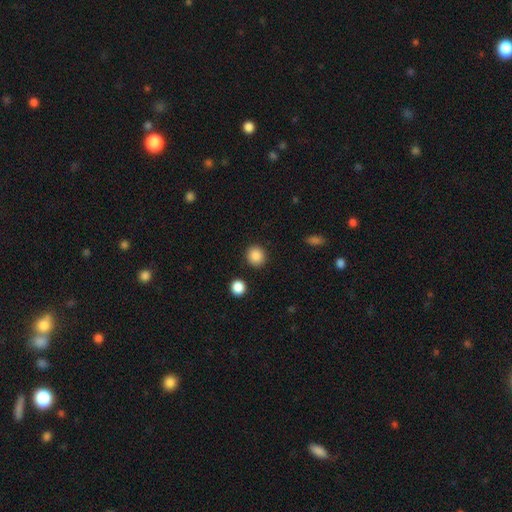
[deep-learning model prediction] Smooth or featured? Predicted: smooth (p=0.88). How rounded? Predicted: round (p=0.90). Merging? Predicted: none (p=0.90).